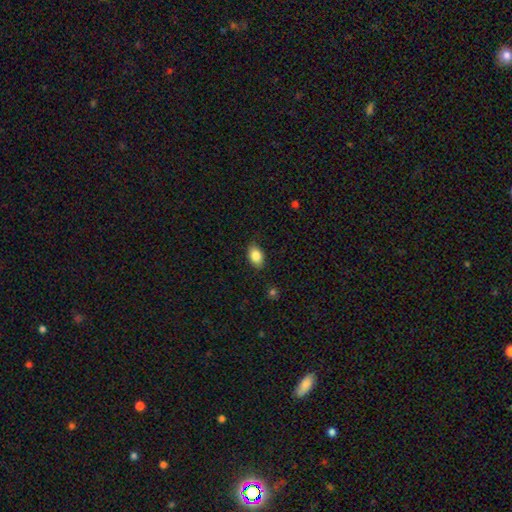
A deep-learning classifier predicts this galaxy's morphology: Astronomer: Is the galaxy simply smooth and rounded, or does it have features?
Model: smooth — 85%.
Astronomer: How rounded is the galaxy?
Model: in between — 86%.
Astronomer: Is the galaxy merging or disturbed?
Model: none — 84%.